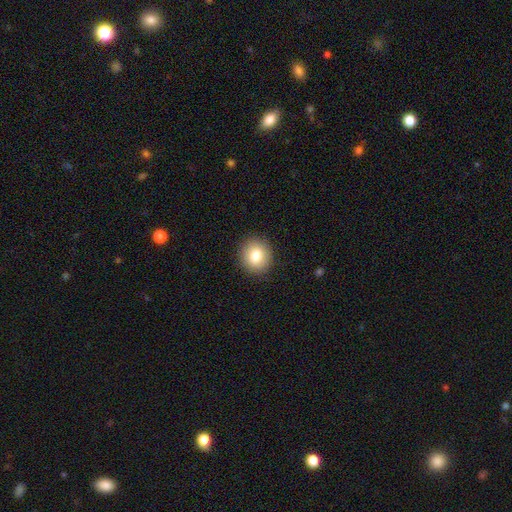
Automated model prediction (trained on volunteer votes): Smooth or featured? Predicted: smooth (p=0.82). How rounded? Predicted: round (p=0.77). Merging? Predicted: none (p=0.90).